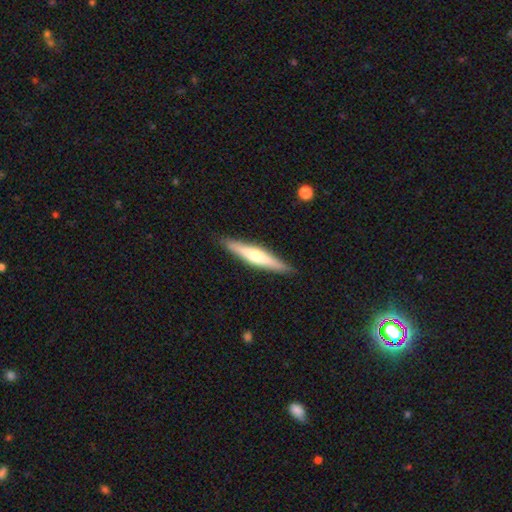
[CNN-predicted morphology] Q: Smooth or featured?
A: featured or disk (55%); runner-up: smooth (39%)
Q: Edge-on disk?
A: yes (95%); runner-up: no (5%)
Q: Edge-on bulge?
A: rounded (83%); runner-up: none (10%)
Q: Merging?
A: none (90%); runner-up: minor disturbance (8%)